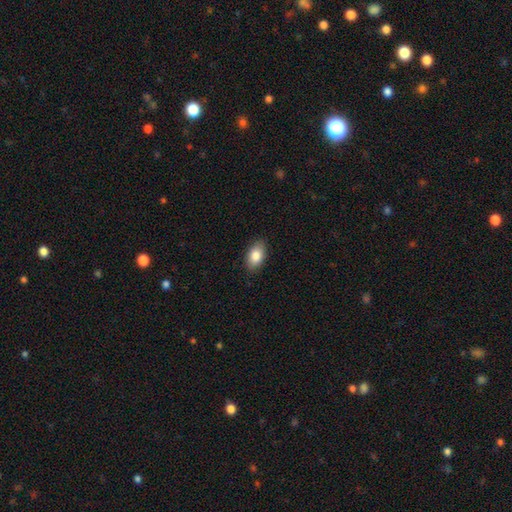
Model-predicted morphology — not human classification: Overall: smooth (84%). How rounded: in between (92%). Merging: none (88%).